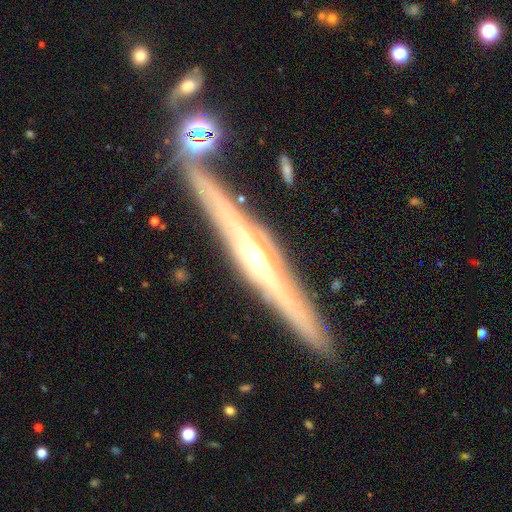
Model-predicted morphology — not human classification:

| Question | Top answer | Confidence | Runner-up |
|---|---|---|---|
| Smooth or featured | featured or disk | 82% | smooth (11%) |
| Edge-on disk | yes | 96% | no (4%) |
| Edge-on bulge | rounded | 80% | none (12%) |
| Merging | none | 85% | minor disturbance (8%) |